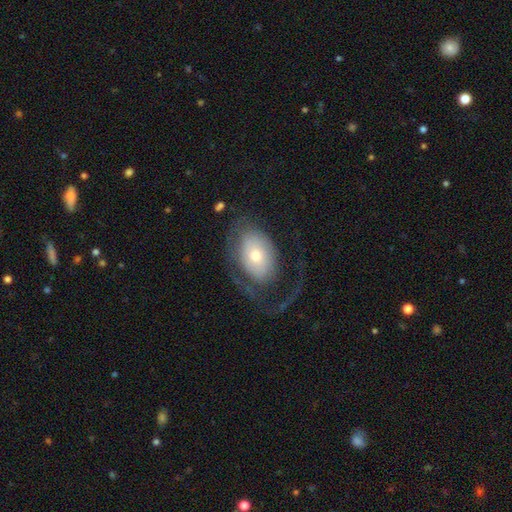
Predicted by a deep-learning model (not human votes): featured or disk 47%, smooth 46%, star or artifact 7%. Down the decision tree: merging — none (42%).